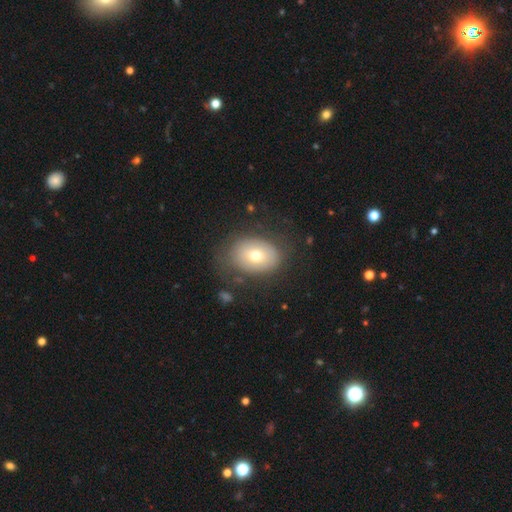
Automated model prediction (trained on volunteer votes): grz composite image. It shows a smooth galaxy with no disk features (66%) that is in between round and cigar-shaped (66%). Merging: none (71%).